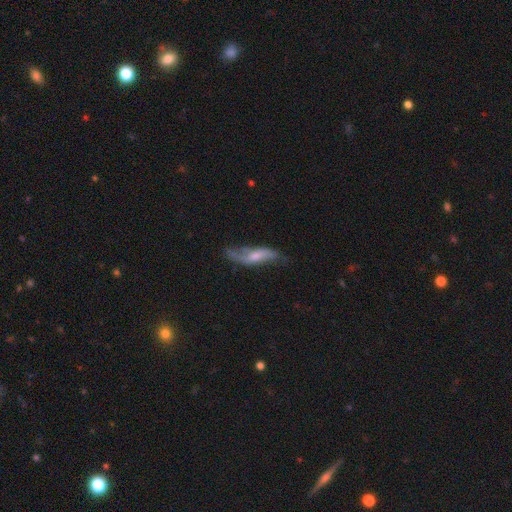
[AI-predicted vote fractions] smooth-or-featured: featured or disk: 65% | smooth: 27% | star or artifact: 7%
  disk-edge-on: no: 74% | yes: 26%
  merging: none: 55% | minor disturbance: 27% | major disturbance: 14% | merger: 3%